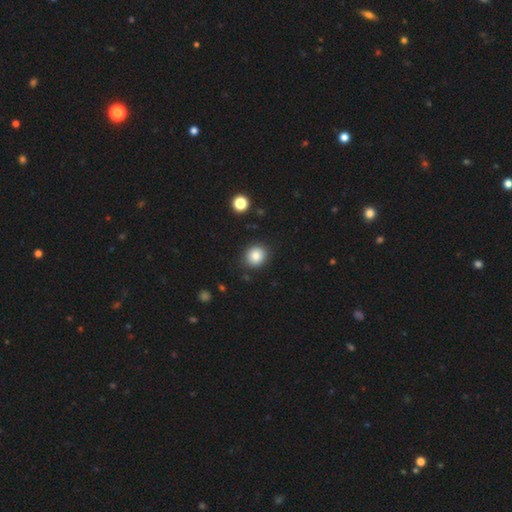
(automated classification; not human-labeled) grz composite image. It shows a smooth galaxy with no disk features (84%) that is round (81%). Merging: none (89%).